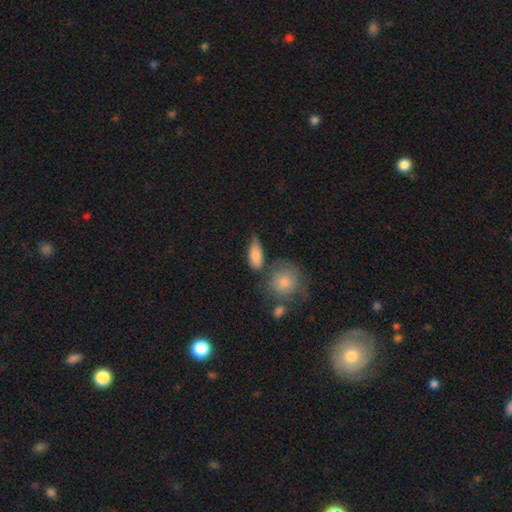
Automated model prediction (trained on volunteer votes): The model was most divided on "merging": none: 51%, minor disturbance: 25%, merger: 15%, major disturbance: 9%. More confident: smooth or featured — smooth (82%); how rounded — in between (80%).